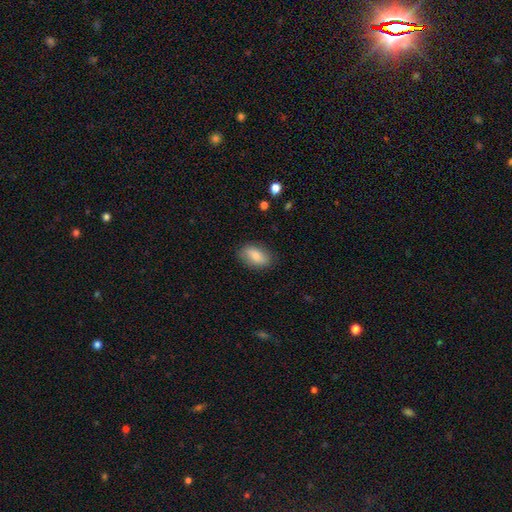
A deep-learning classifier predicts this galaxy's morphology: smooth 75%, featured or disk 18%, star or artifact 7%. Down the decision tree: how rounded — in between (89%); merging — none (82%).